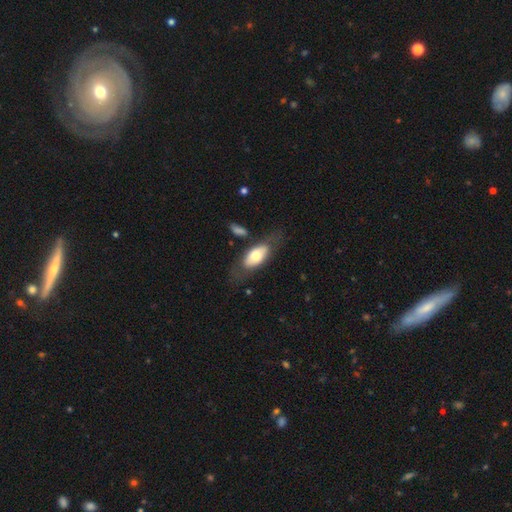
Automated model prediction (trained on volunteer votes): Overall: smooth (64%; featured or disk 30%). How rounded: in between (86%). Merging: none (65%).